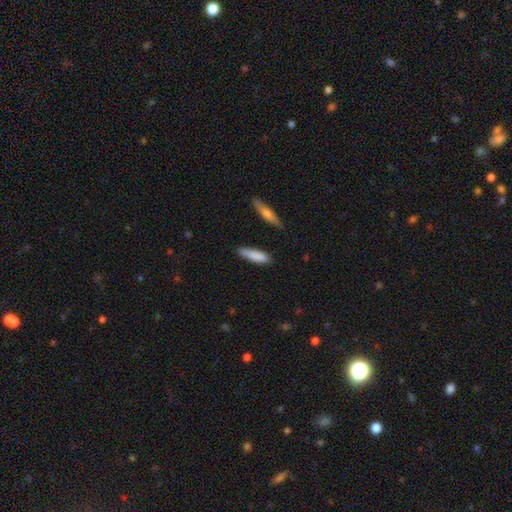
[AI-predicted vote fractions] This appears to be a smooth galaxy with no disk features (85%) that is cigar-shaped (67%). Merging: none (79%).